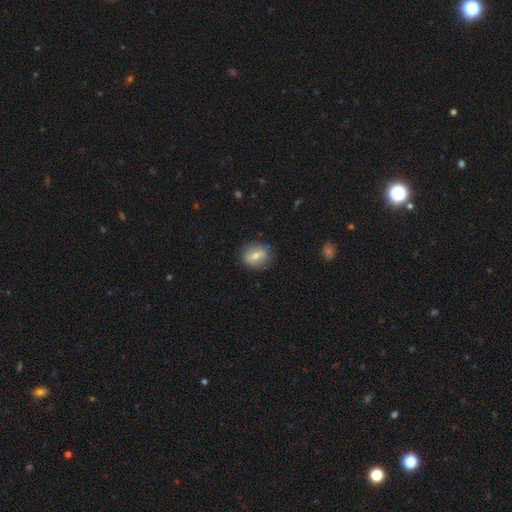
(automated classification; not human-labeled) smooth 61%, featured or disk 31%, star or artifact 8%. Down the decision tree: how rounded — round (59%); merging — none (82%).